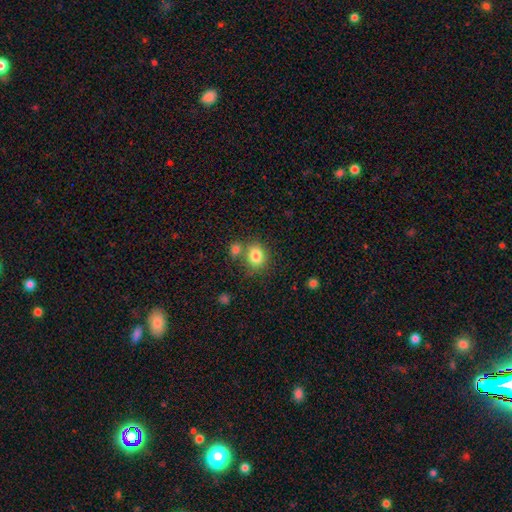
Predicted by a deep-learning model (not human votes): The model was most divided on "how rounded": round: 63%, in between: 36%, cigar-shaped: 1%. More confident: smooth or featured — smooth (82%); merging — none (61%).